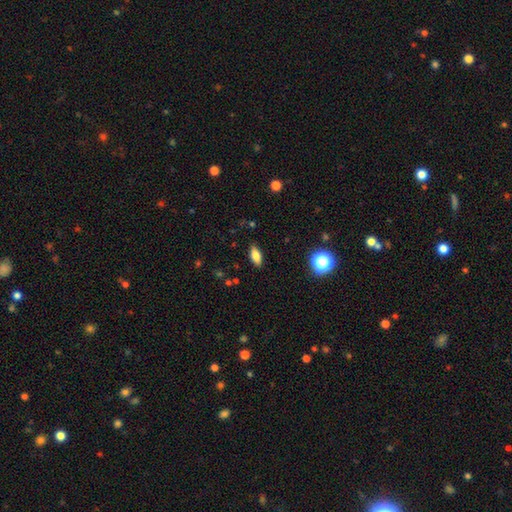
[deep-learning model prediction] This is likely a smooth galaxy (75%). How rounded: likely in between (79%). Merging: clearly none (87%).